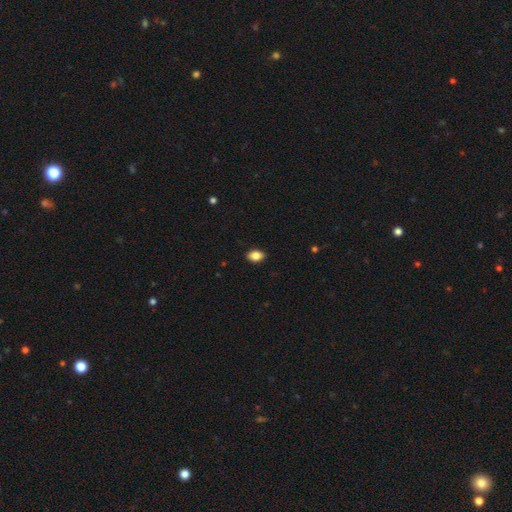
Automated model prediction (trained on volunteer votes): A smooth galaxy with no disk features (87%) that is in between round and cigar-shaped (83%).

Vote fractions:
- Smooth or featured? smooth: 87% / star or artifact: 8% / featured or disk: 5%
- How rounded? in between: 83% / round: 15% / cigar-shaped: 1%
- Merging? none: 89% / minor disturbance: 8% / major disturbance: 2% / merger: 1%